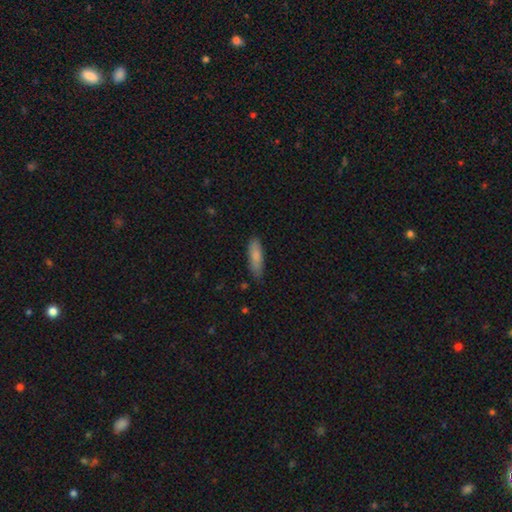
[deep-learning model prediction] Smooth or featured? smooth (83%)
How rounded? cigar-shaped (57%)
Merging? none (78%)